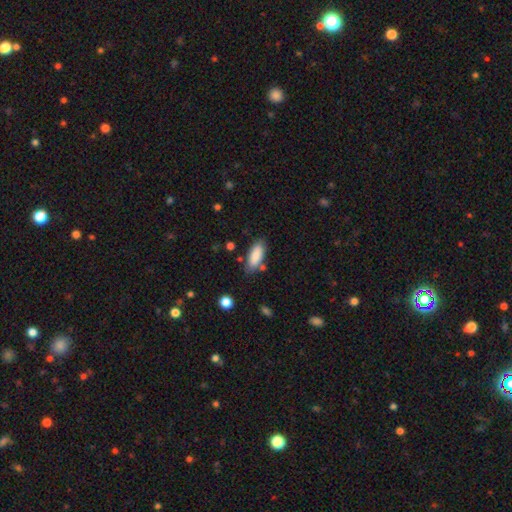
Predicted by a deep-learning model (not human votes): Smooth or featured: smooth — 86% (featured or disk — 7%)
How rounded: in between — 80% (cigar-shaped — 19%)
Merging: none — 76% (minor disturbance — 15%)